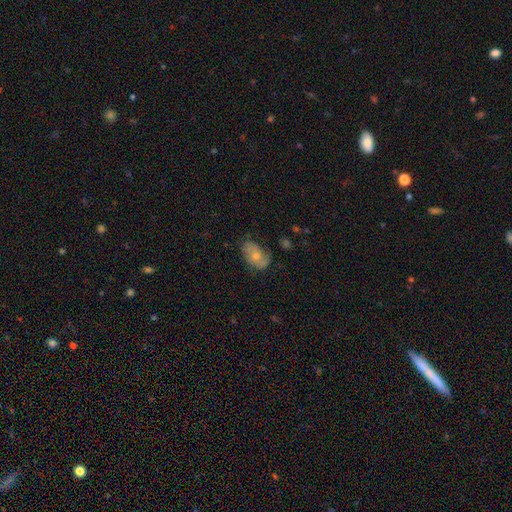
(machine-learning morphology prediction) featured or disk 46% (tied), smooth 46% (tied), star or artifact 8%. Down the decision tree: merging — none (59%).